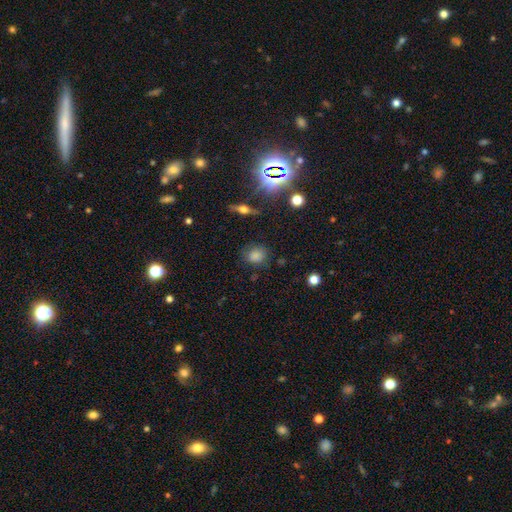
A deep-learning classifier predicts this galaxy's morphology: smooth 78%, star or artifact 14%, featured or disk 8%. Down the decision tree: how rounded — round (65%); merging — none (78%).